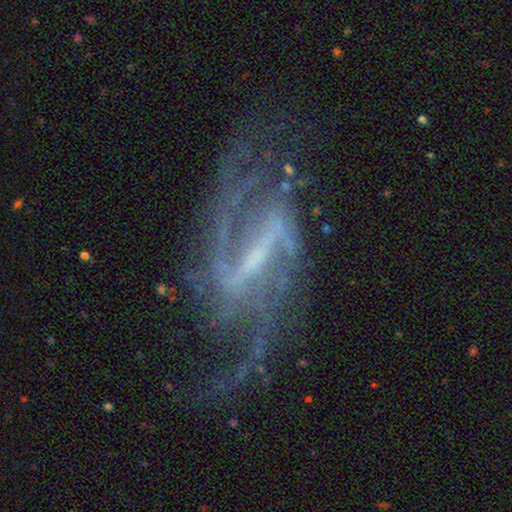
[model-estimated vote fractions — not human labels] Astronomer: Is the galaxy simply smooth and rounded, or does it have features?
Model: featured or disk — 91%.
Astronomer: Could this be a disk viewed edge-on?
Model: no — 96%.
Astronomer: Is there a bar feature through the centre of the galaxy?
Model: strong — 64%.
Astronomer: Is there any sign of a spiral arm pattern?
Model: yes — 97%.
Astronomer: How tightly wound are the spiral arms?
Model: medium — 45% (runner-up: loose, 41%).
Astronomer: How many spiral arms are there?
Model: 2 — 78%.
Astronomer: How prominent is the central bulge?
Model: small — 57%.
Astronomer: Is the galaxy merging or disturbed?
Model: none — 66%.